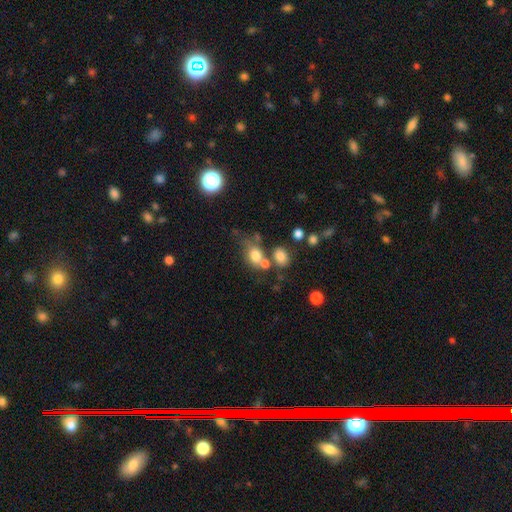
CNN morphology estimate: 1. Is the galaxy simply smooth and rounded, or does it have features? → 75% smooth, 13% featured or disk, 12% star or artifact.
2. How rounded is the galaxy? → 50% in between, 48% round, 1% cigar-shaped.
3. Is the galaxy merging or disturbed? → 41% none, 34% merger, 15% minor disturbance, 10% major disturbance.